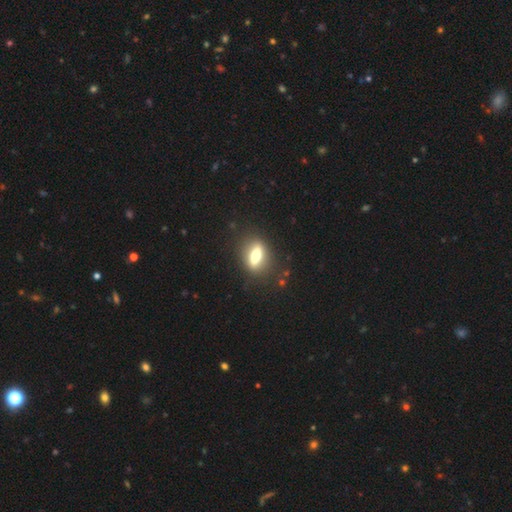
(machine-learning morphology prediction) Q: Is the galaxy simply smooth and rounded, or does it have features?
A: smooth — 50%.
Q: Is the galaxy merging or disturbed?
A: none — 83%.